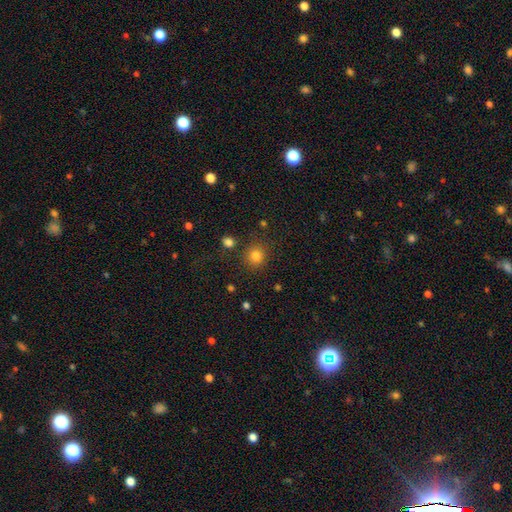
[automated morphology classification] A smooth galaxy with no disk features (81%) that is round (88%).

Vote fractions:
- Smooth or featured? smooth: 81% / star or artifact: 13% / featured or disk: 5%
- How rounded? round: 88% / in between: 11% / cigar-shaped: 1%
- Merging? none: 84% / minor disturbance: 8% / merger: 4% / major disturbance: 4%